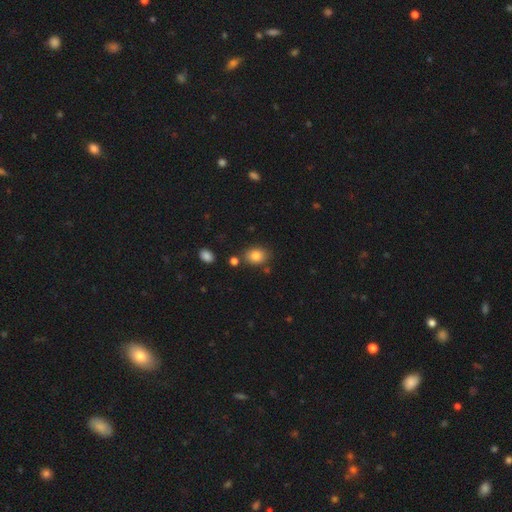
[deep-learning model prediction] Overall: smooth (83%). How rounded: in between (60%; round 39%). Merging: none (78%).